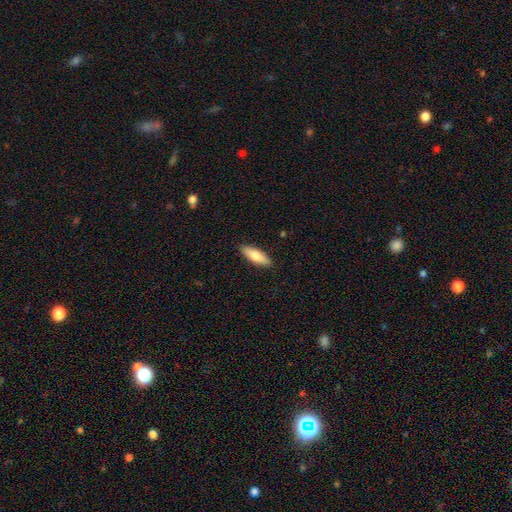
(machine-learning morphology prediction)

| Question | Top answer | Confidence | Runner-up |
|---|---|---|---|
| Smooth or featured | smooth | 79% | featured or disk (15%) |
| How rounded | in between | 59% | cigar-shaped (39%) |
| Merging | none | 89% | minor disturbance (9%) |